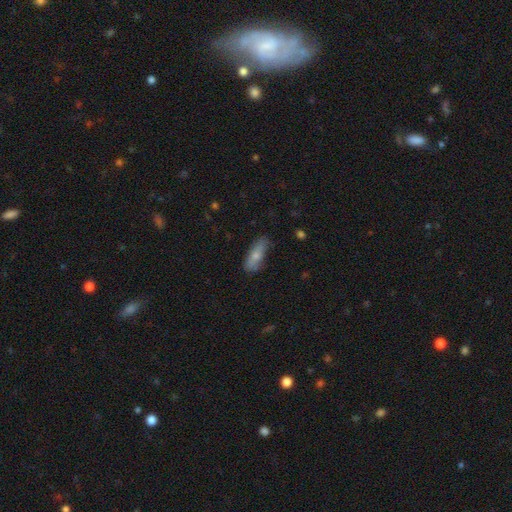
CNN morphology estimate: smooth 74%, featured or disk 20%, star or artifact 6%. Down the decision tree: how rounded — in between (53%); merging — none (72%).